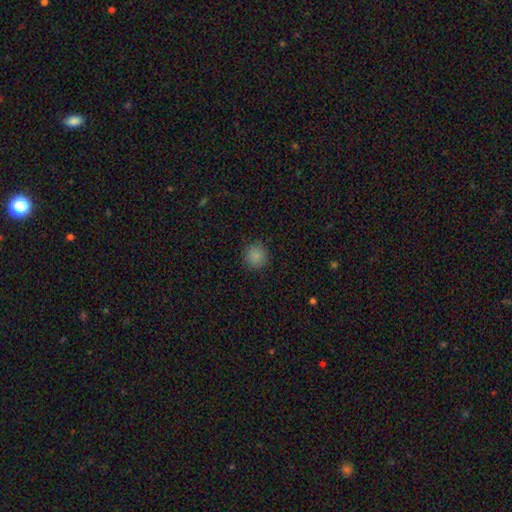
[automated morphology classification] Q: Smooth or featured?
A: smooth (86%); runner-up: star or artifact (10%)
Q: How rounded?
A: round (93%); runner-up: in between (6%)
Q: Merging?
A: none (90%); runner-up: minor disturbance (7%)